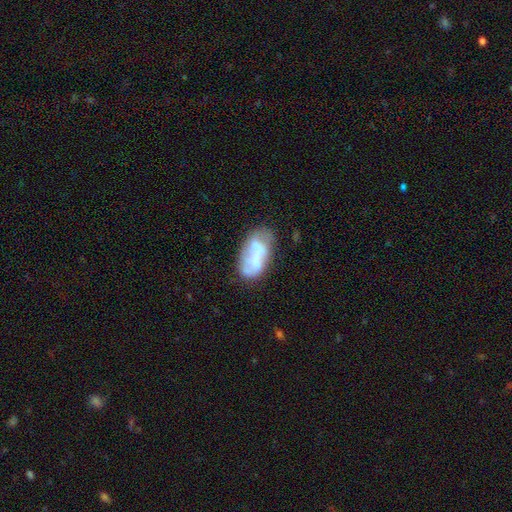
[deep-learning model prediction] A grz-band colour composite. It shows a featured or disk galaxy (47%). Merging: none (47%).